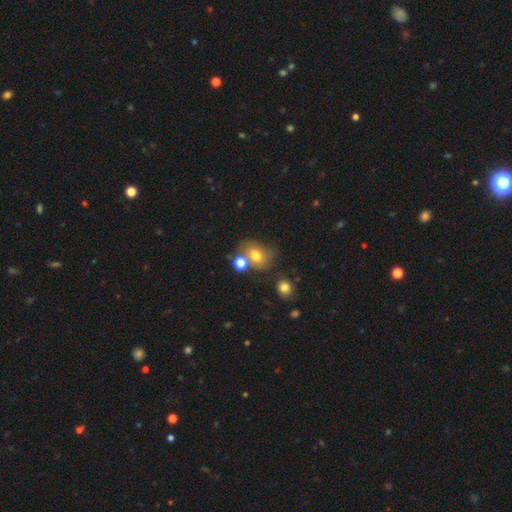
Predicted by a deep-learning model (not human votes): Smooth or featured?
  - smooth: 71% *
  - featured or disk: 15%
  - star or artifact: 14%
How rounded?
  - round: 54% *
  - in between: 45%
  - cigar-shaped: 1%
Merging?
  - none: 50% *
  - merger: 27%
  - minor disturbance: 16%
  - major disturbance: 7%